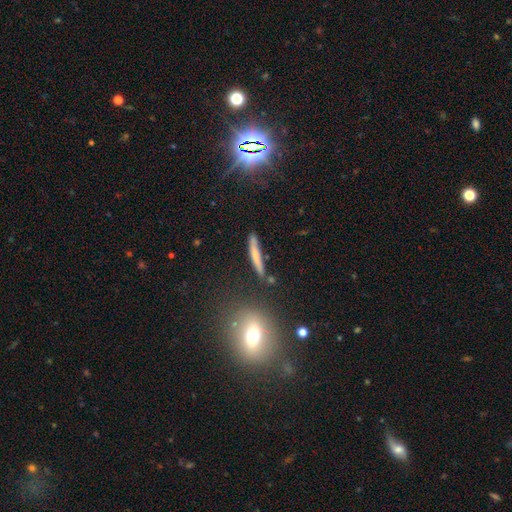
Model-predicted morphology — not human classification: Smooth or featured?
  - smooth: 63% *
  - featured or disk: 29%
  - star or artifact: 9%
How rounded?
  - cigar-shaped: 93% *
  - in between: 5%
  - round: 2%
Merging?
  - none: 78% *
  - minor disturbance: 15%
  - merger: 4%
  - major disturbance: 3%